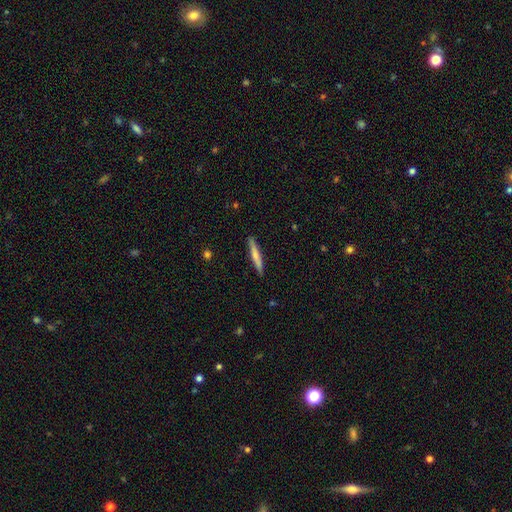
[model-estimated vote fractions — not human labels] A smooth galaxy with no disk features (61%) that is cigar-shaped (94%).

Vote fractions:
- Smooth or featured? smooth: 61% / featured or disk: 34% / star or artifact: 5%
- How rounded? cigar-shaped: 94% / in between: 4% / round: 1%
- Merging? none: 90% / minor disturbance: 7% / major disturbance: 1% / merger: 1%